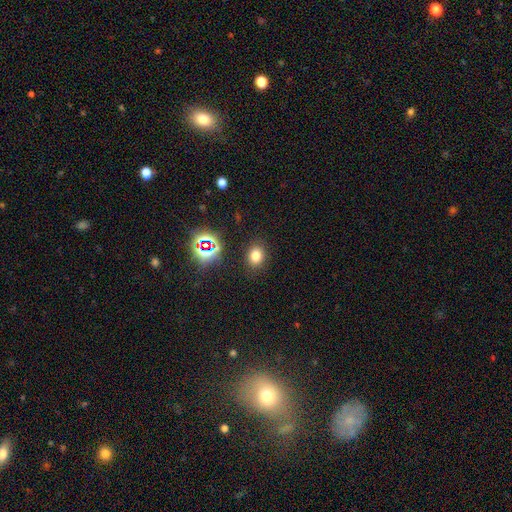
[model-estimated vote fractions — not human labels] smooth-or-featured: smooth: 73% | star or artifact: 20% | featured or disk: 8%
  how-rounded: round: 52% | in between: 47% | cigar-shaped: 1%
  merging: none: 86% | minor disturbance: 9% | major disturbance: 3% | merger: 2%